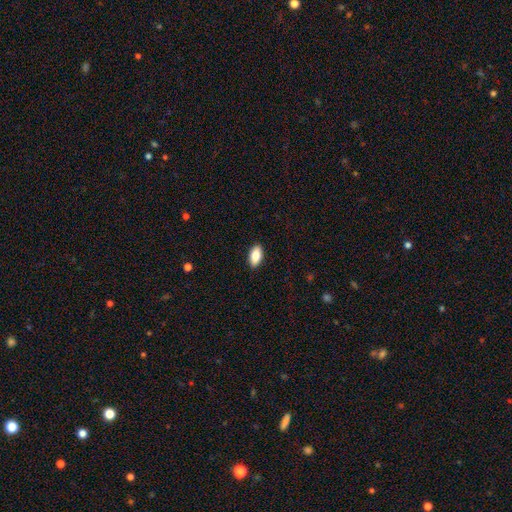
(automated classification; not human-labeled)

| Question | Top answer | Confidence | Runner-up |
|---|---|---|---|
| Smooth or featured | smooth | 85% | featured or disk (8%) |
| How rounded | in between | 92% | cigar-shaped (5%) |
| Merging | none | 90% | minor disturbance (8%) |